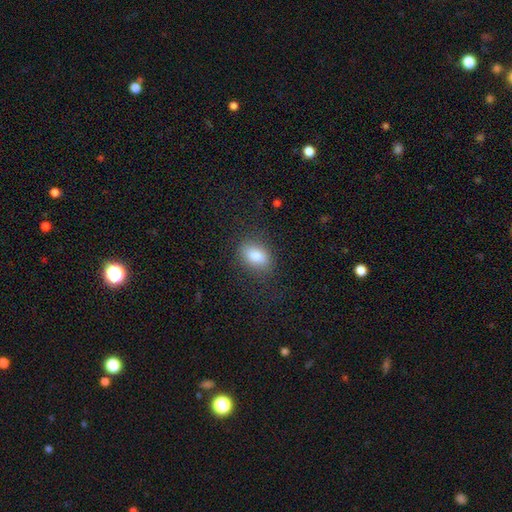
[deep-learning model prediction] Smooth or featured?
  - smooth: 85% *
  - star or artifact: 8%
  - featured or disk: 7%
How rounded?
  - in between: 86% *
  - round: 12%
  - cigar-shaped: 3%
Merging?
  - none: 79% *
  - minor disturbance: 14%
  - major disturbance: 6%
  - merger: 1%